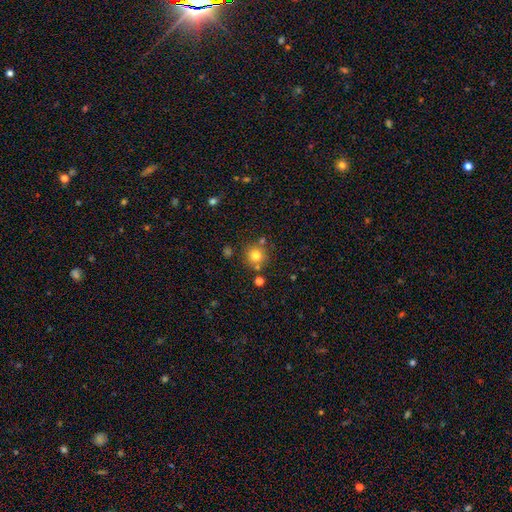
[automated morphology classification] smooth-or-featured: smooth: 78% | star or artifact: 14% | featured or disk: 9%
  how-rounded: round: 93% | in between: 6% | cigar-shaped: 1%
  merging: none: 78% | merger: 10% | minor disturbance: 9% | major disturbance: 3%